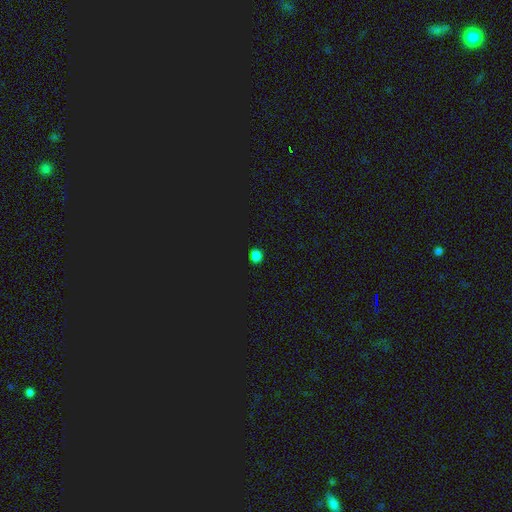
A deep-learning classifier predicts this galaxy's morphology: Overall: smooth (71%). How rounded: round (72%). Merging: none (88%).